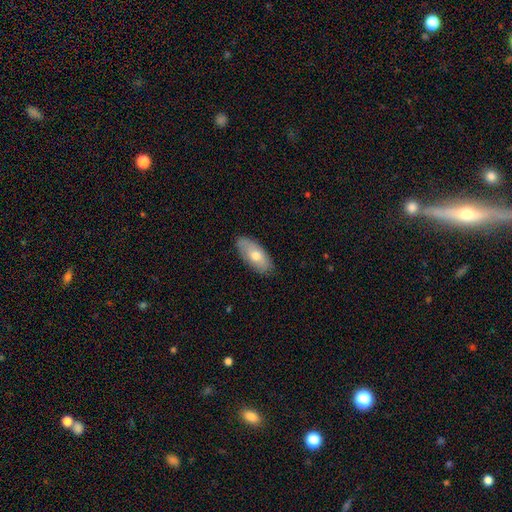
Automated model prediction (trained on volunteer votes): Q: Smooth or featured?
A: smooth (66%); runner-up: featured or disk (28%)
Q: How rounded?
A: in between (89%); runner-up: cigar-shaped (8%)
Q: Merging?
A: none (83%); runner-up: minor disturbance (14%)